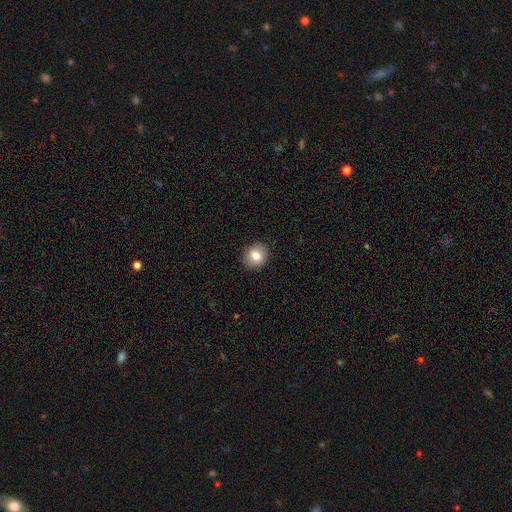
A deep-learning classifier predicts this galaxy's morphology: type=smooth (82%); roundness=round (76%); merging=none (90%).